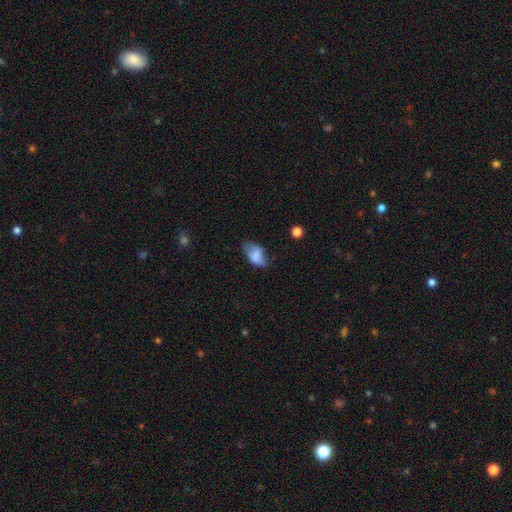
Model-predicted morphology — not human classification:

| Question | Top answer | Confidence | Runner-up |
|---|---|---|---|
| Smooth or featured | smooth | 70% | featured or disk (21%) |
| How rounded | in between | 91% | round (7%) |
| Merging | none | 50% | minor disturbance (34%) |